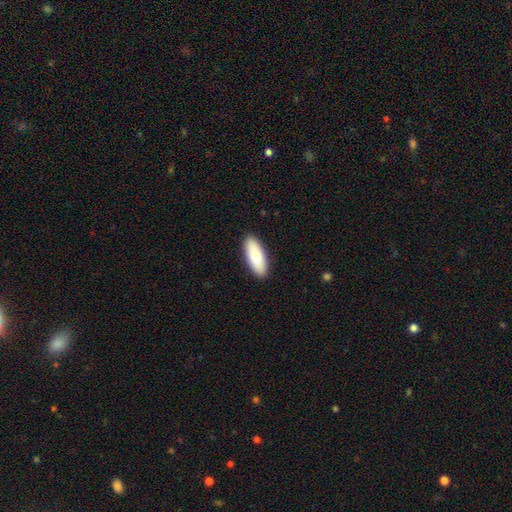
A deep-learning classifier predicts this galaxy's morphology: Smooth or featured? smooth (80%)
How rounded? in between (71%)
Merging? none (90%)